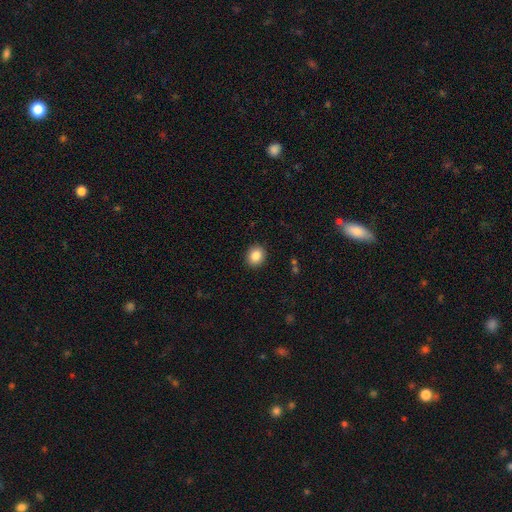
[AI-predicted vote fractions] Smooth or featured? smooth (86%)
How rounded? round (69%)
Merging? none (91%)